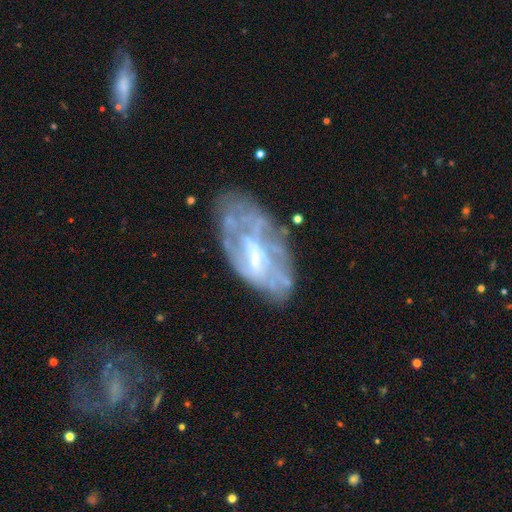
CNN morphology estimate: This appears to be a featured or disk galaxy (72%) with a weak bar (43%), no spiral arms (52%) and a small central bulge (54%). Merging: none (52%).